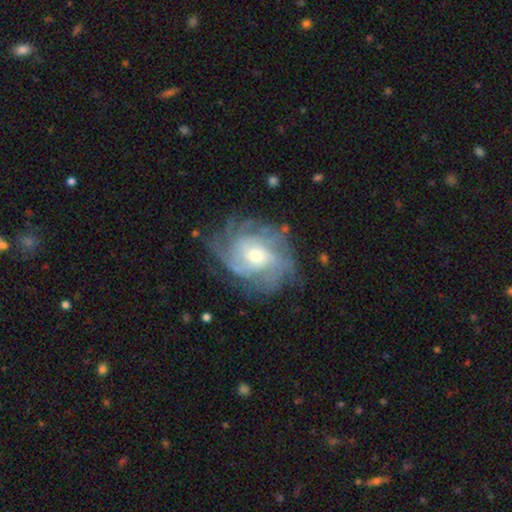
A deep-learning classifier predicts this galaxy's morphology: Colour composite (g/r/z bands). It shows a featured or disk galaxy (85%) with no bar (64%), tight (55%) spiral arms (95%) and a moderate central bulge (61%). Merging: none (70%).